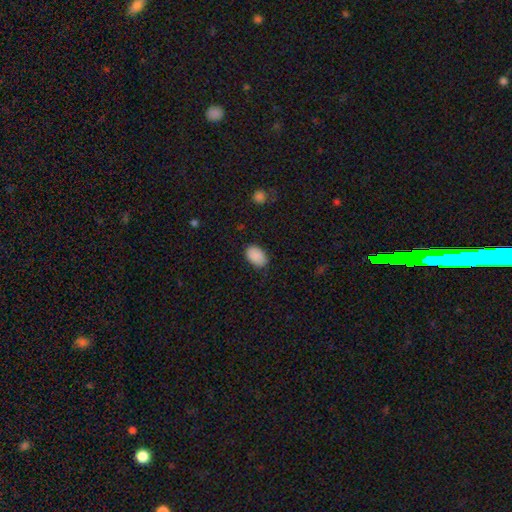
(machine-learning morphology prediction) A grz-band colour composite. It shows a smooth galaxy with no disk features (90%) that is in between round and cigar-shaped (90%). Merging: none (83%).